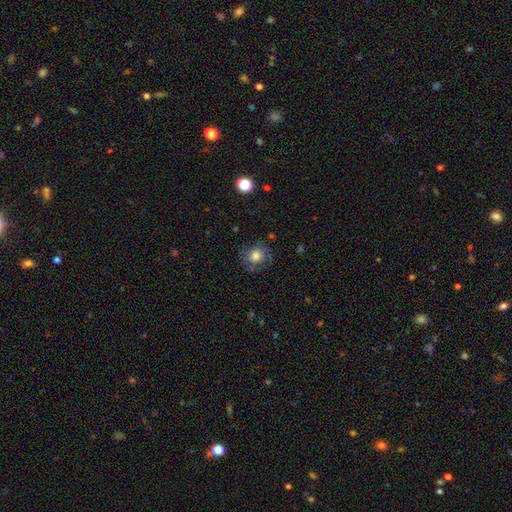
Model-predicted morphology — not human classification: Q: Smooth or featured?
A: smooth (66%); runner-up: featured or disk (24%)
Q: How rounded?
A: round (86%); runner-up: in between (13%)
Q: Merging?
A: none (76%); runner-up: minor disturbance (16%)